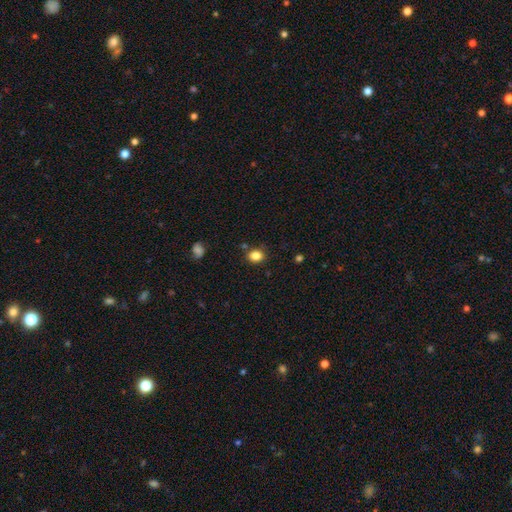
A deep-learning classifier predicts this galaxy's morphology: type=smooth (84%); roundness=in between (54%); merging=none (80%).